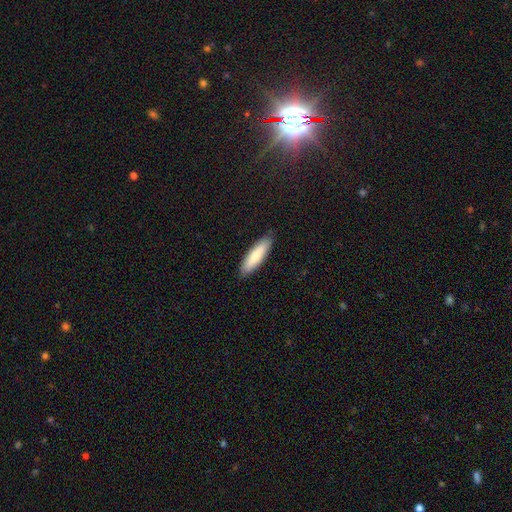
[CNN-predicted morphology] smooth 76%, featured or disk 19%, star or artifact 5%. Down the decision tree: how rounded — cigar-shaped (64%); merging — none (88%).